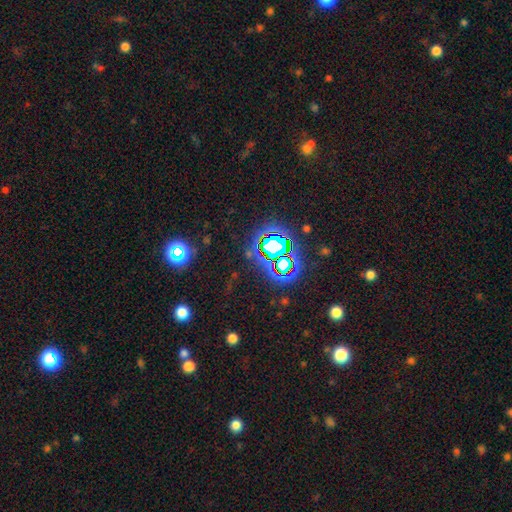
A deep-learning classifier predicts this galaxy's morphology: Smooth or featured: star or artifact — 81% (smooth — 12%)